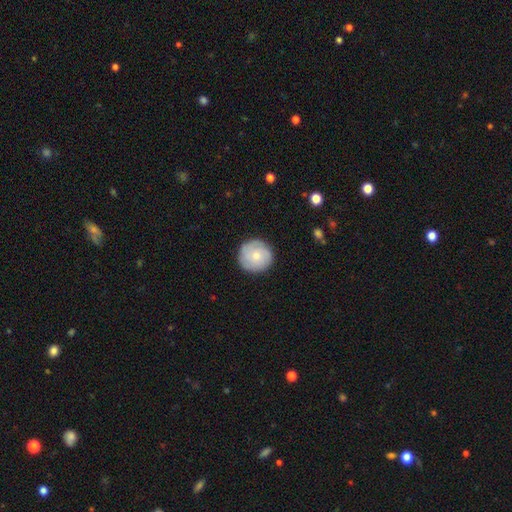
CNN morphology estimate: smooth_or_featured: smooth (p=0.57) [alt: featured or disk p=0.36]
how_rounded: round (p=0.93) [alt: in between p=0.06]
merging: none (p=0.86) [alt: minor disturbance p=0.10]